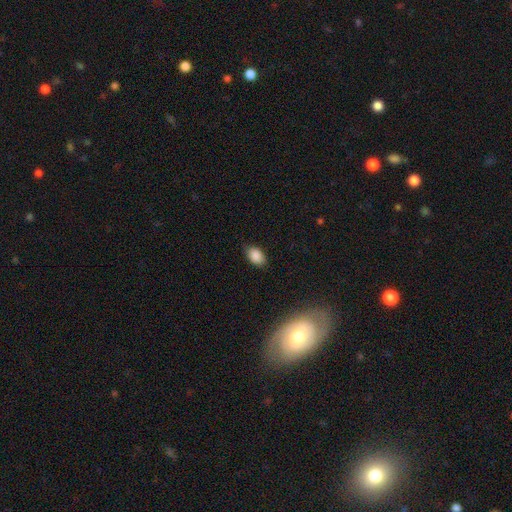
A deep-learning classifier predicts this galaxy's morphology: smooth-or-featured: smooth: 87% | star or artifact: 9% | featured or disk: 5%
  how-rounded: in between: 88% | round: 10% | cigar-shaped: 1%
  merging: none: 82% | minor disturbance: 14% | major disturbance: 3% | merger: 1%